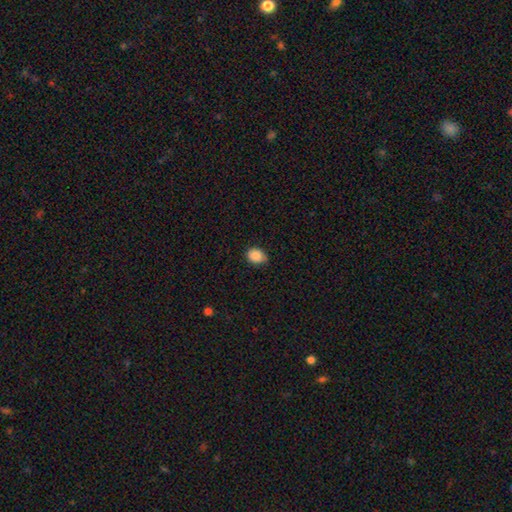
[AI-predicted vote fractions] Smooth or featured? smooth (87%)
How rounded? round (52%)
Merging? none (73%)